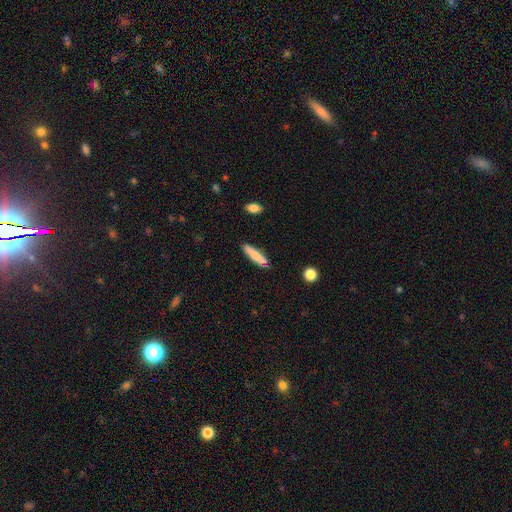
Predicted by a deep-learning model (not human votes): smooth 75%, featured or disk 19%, star or artifact 6%. Down the decision tree: how rounded — cigar-shaped (80%); merging — none (83%).